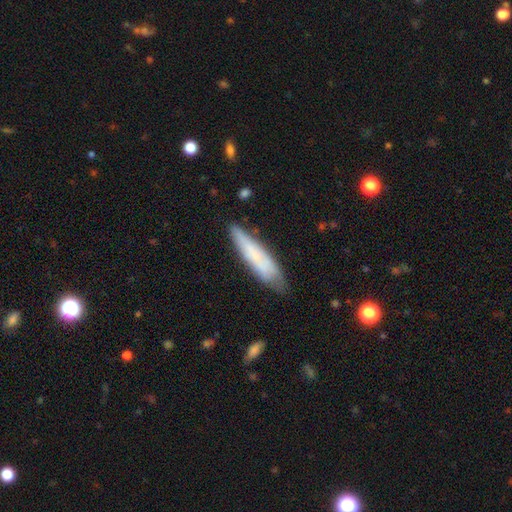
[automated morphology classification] Smooth or featured? Predicted: smooth (p=0.66). How rounded? Predicted: cigar-shaped (p=0.79). Merging? Predicted: none (p=0.70).